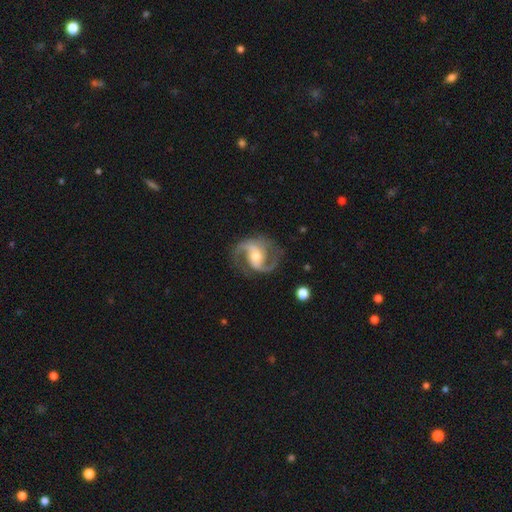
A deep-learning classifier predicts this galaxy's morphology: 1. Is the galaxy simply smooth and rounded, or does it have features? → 92% featured or disk, 4% star or artifact, 4% smooth.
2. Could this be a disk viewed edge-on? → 98% no, 2% yes.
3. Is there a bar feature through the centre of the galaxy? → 41% weak, 37% no, 21% strong.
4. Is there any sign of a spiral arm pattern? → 98% yes, 2% no.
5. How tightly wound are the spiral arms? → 59% medium, 25% loose, 15% tight.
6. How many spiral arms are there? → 90% 2, 4% 3, 2% can't tell, 2% 1, 1% 4, 1% more than 4.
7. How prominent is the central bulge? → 66% moderate, 26% small, 6% large, 1% none, 1% dominant.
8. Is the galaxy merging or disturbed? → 78% none, 14% minor disturbance, 7% major disturbance, 1% merger.